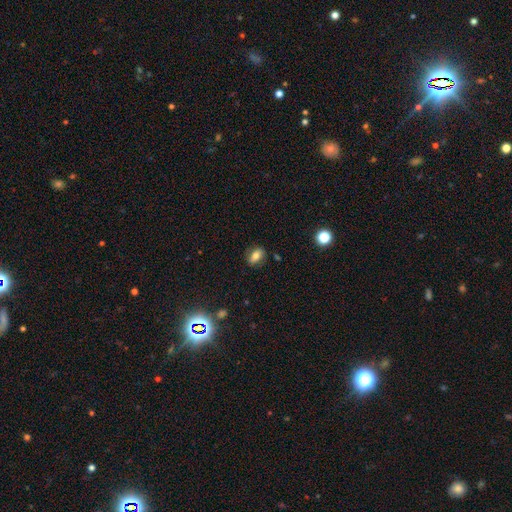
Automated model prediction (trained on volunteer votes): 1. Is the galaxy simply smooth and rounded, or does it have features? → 68% smooth, 20% featured or disk, 12% star or artifact.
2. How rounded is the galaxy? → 76% in between, 20% round, 3% cigar-shaped.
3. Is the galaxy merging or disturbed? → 82% none, 13% minor disturbance, 3% major disturbance, 2% merger.